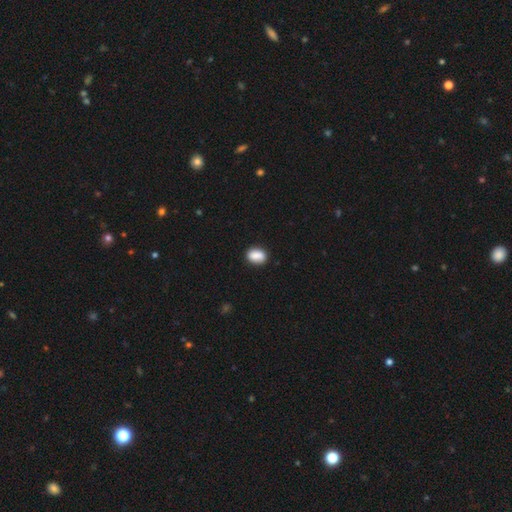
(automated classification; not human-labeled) Smooth or featured: smooth — 83% (featured or disk — 9%)
How rounded: in between — 70% (round — 28%)
Merging: none — 80% (minor disturbance — 13%)